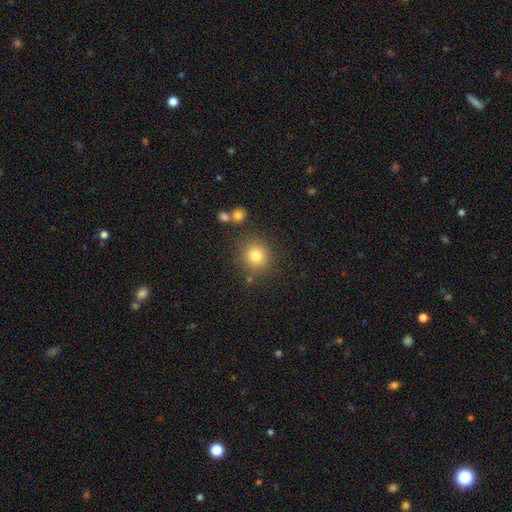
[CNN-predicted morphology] smooth 80%, star or artifact 12%, featured or disk 8%. Down the decision tree: how rounded — round (90%); merging — none (83%).